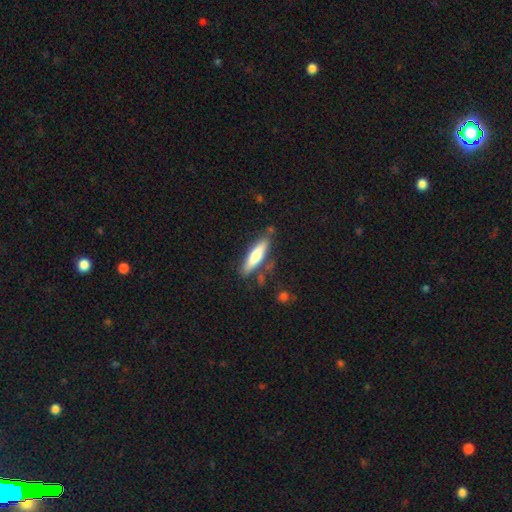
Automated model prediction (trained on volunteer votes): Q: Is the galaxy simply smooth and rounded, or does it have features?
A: smooth — 64%.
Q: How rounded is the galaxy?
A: cigar-shaped — 72%.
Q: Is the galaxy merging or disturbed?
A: none — 77%.